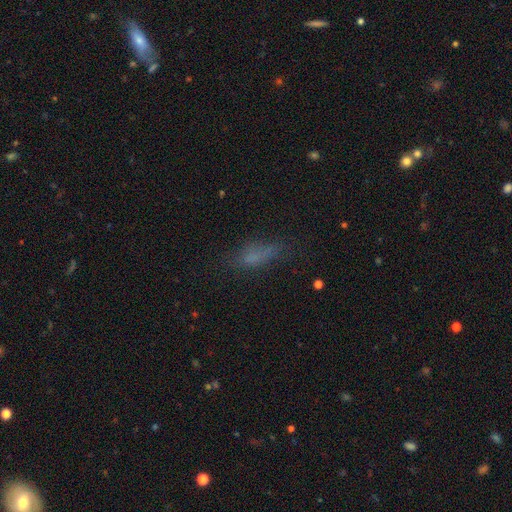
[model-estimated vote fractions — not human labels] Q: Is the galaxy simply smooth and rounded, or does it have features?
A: smooth — 65%.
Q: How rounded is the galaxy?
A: in between — 50%.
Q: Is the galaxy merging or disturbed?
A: none — 56%.